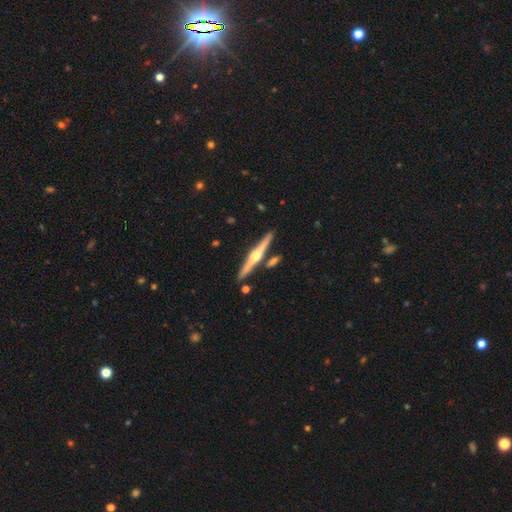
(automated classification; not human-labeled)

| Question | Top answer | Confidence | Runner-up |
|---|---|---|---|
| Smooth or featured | featured or disk | 79% | smooth (16%) |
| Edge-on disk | yes | 98% | no (2%) |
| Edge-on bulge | rounded | 94% | boxy (3%) |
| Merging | none | 85% | minor disturbance (7%) |